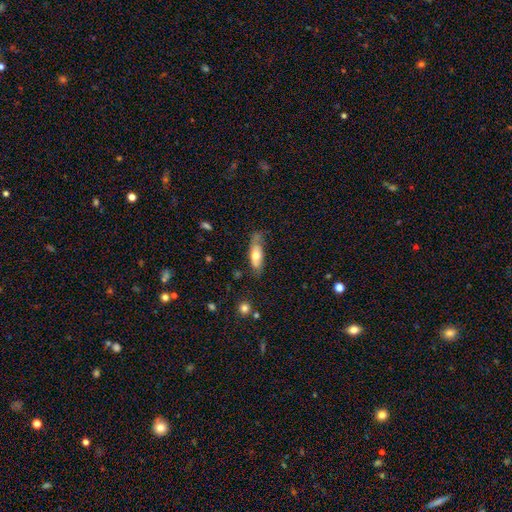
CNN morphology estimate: The model was most divided on "merging": none: 55%, minor disturbance: 31%, major disturbance: 11%, merger: 3%. More confident: how rounded — in between (63%); smooth or featured — smooth (60%).